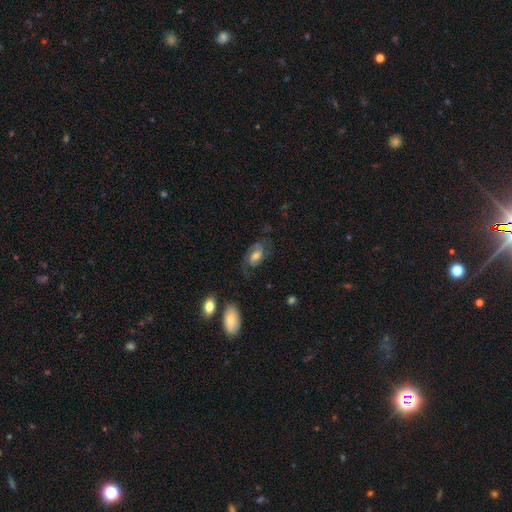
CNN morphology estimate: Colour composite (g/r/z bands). It shows a featured or disk galaxy (67%) with no bar (44%), 2 (80%) medium (48%) spiral arms (88%) and a moderate central bulge (49%). Merging: none (65%).